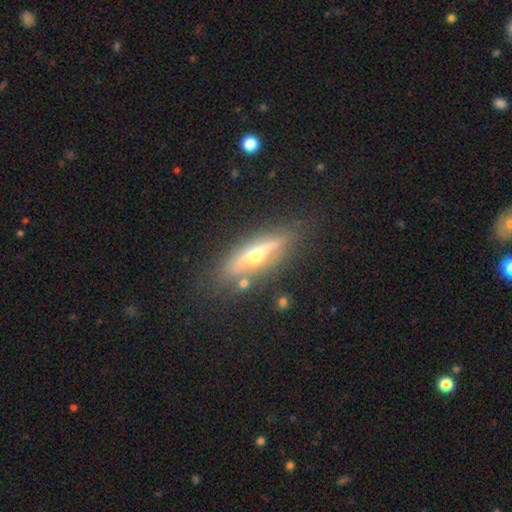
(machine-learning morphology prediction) A featured or disk galaxy (66%) viewed edge-on (84%) with a rounded central bulge (91%). Merging: none (77%).